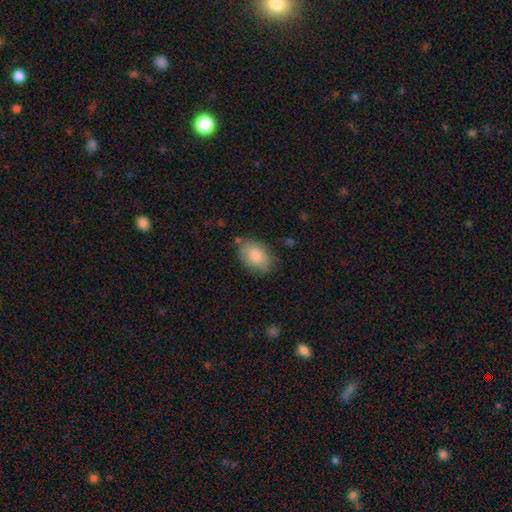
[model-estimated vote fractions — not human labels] Smooth or featured? Predicted: smooth (p=0.83). How rounded? Predicted: in between (p=0.86). Merging? Predicted: none (p=0.74).